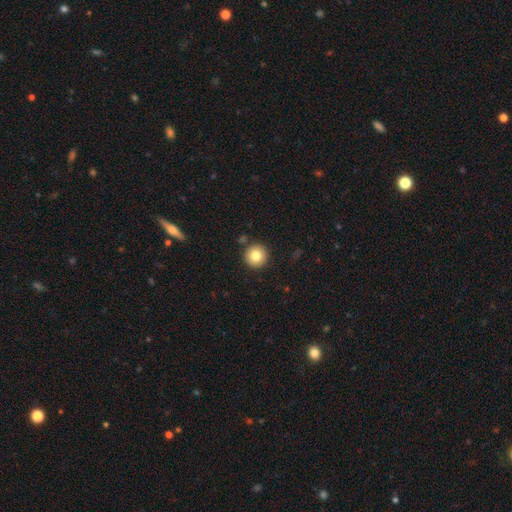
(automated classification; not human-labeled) Morphology: type=smooth (81%); roundness=round (96%); merging=none (89%).